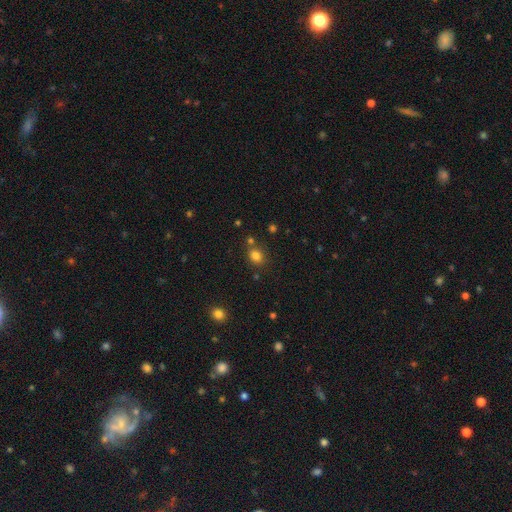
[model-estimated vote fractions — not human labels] Smooth or featured: smooth — 80% (star or artifact — 14%)
How rounded: round — 66% (in between — 33%)
Merging: none — 74% (merger — 12%)